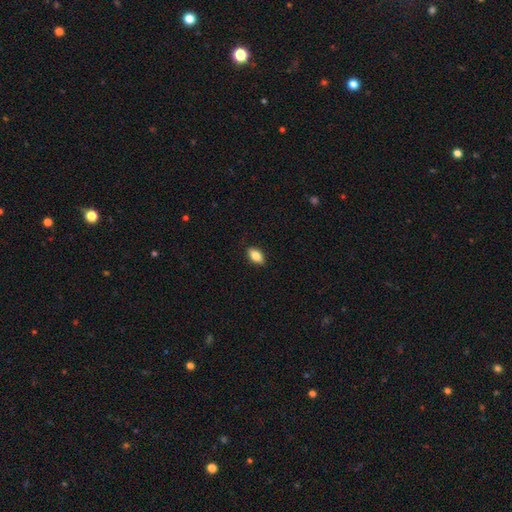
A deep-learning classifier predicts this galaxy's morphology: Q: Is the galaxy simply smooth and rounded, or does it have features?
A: smooth — 81%.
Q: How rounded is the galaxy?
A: in between — 89%.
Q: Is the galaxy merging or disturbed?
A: none — 87%.